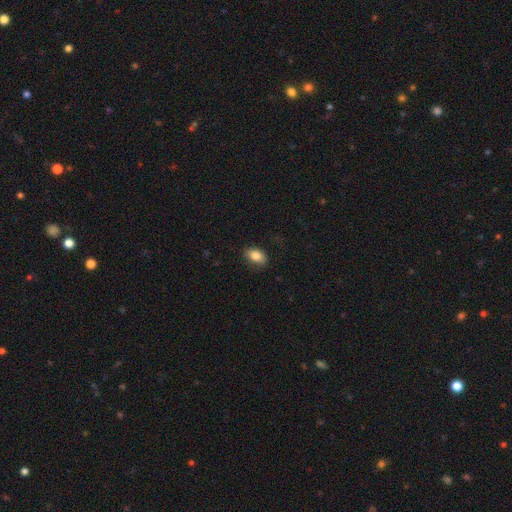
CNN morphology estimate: This is clearly a smooth galaxy (84%). How rounded: clearly in between (87%). Merging: clearly none (83%).